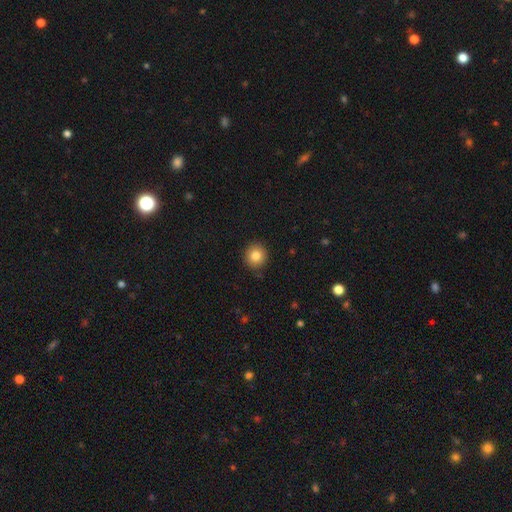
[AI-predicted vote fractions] Morphology: type=smooth (83%); roundness=round (90%); merging=none (87%).